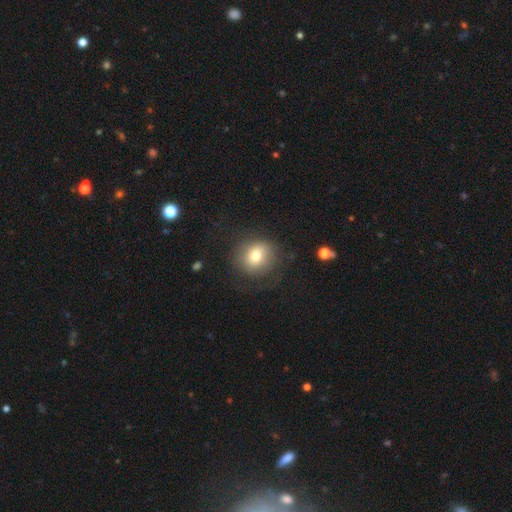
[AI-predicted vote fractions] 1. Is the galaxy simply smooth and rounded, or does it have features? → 73% smooth, 16% featured or disk, 11% star or artifact.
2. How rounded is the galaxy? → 82% round, 17% in between, 1% cigar-shaped.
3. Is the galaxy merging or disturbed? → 76% none, 14% minor disturbance, 9% major disturbance, 1% merger.